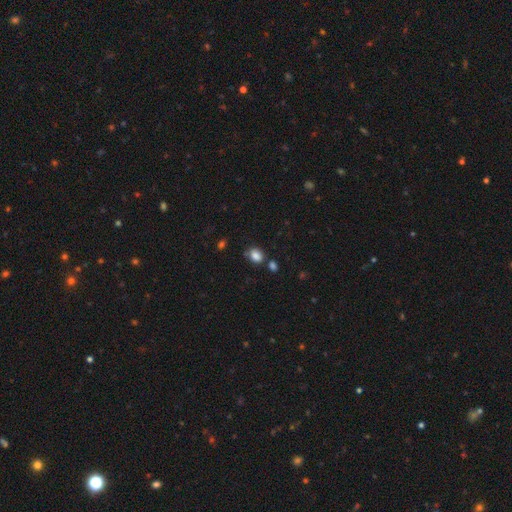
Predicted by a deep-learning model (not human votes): Q: Smooth or featured?
A: smooth (84%); runner-up: star or artifact (11%)
Q: How rounded?
A: in between (57%); runner-up: round (42%)
Q: Merging?
A: none (63%); runner-up: minor disturbance (18%)